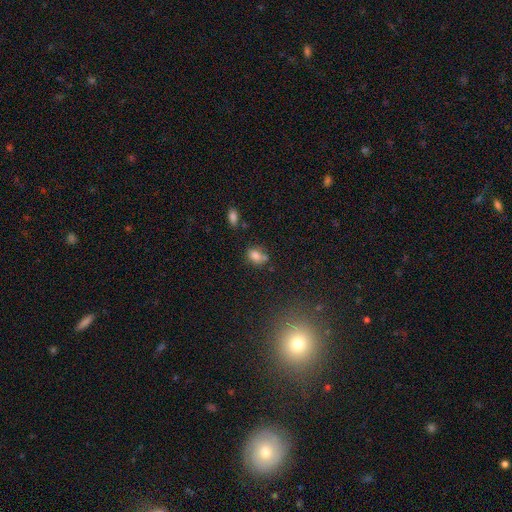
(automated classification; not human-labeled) Morphology: type=smooth (78%); roundness=in between (70%); merging=none (50%).